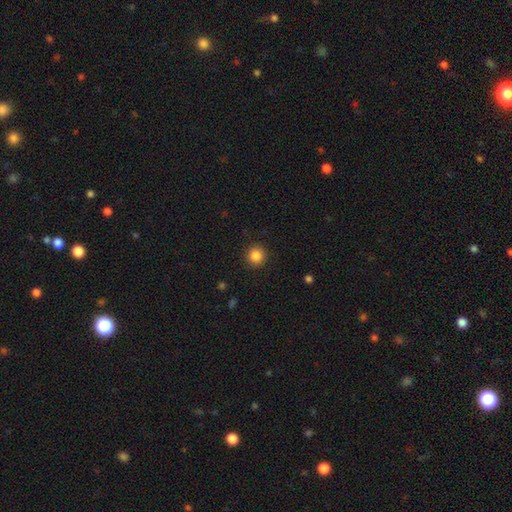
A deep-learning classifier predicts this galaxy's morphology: Smooth or featured? Predicted: smooth (p=0.86). How rounded? Predicted: round (p=0.94). Merging? Predicted: none (p=0.91).